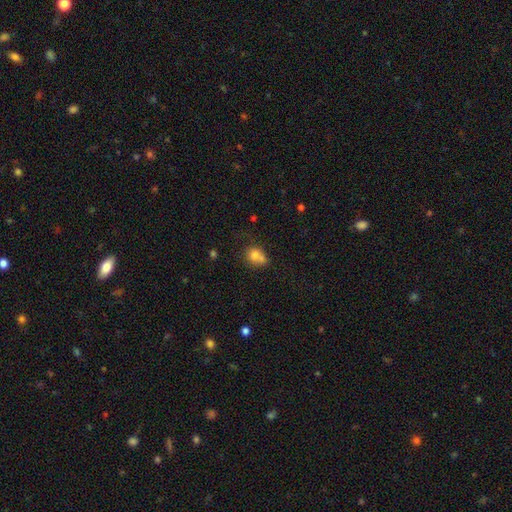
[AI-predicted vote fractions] Smooth or featured: smooth — 74% (featured or disk — 15%)
How rounded: round — 62% (in between — 37%)
Merging: merger — 53% (none — 30%)